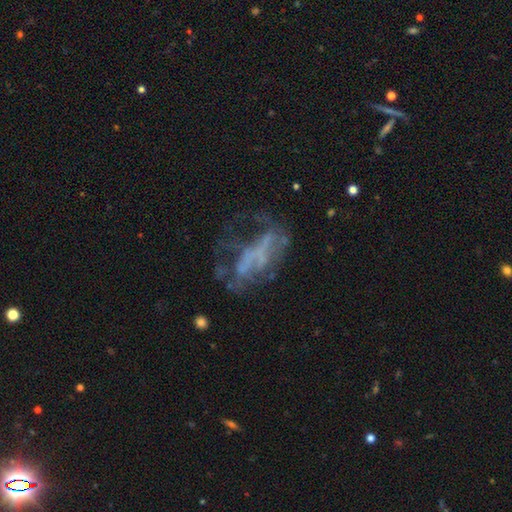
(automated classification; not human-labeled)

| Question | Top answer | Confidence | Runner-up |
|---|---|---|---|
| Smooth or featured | featured or disk | 59% | star or artifact (21%) |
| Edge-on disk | no | 94% | yes (6%) |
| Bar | no | 79% | weak (12%) |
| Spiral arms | no | 82% | yes (18%) |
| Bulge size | none | 80% | small (10%) |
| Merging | major disturbance | 45% | none (32%) |